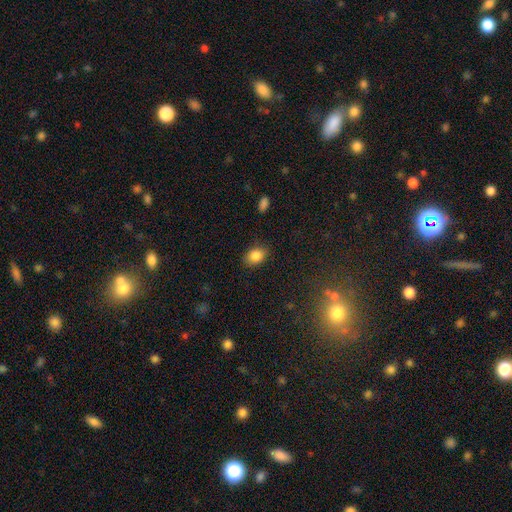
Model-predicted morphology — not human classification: Smooth or featured? Predicted: smooth (p=0.86). How rounded? Predicted: in between (p=0.76). Merging? Predicted: none (p=0.83).